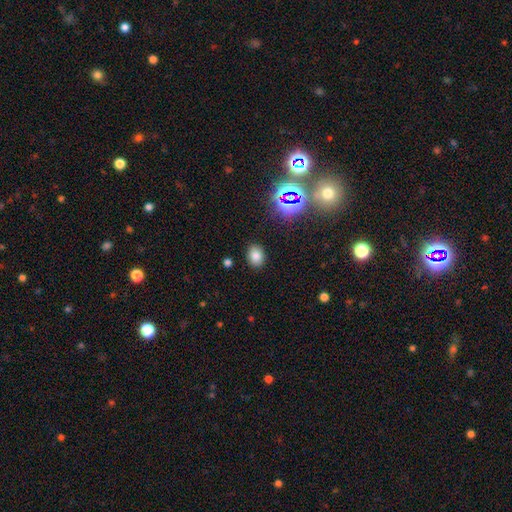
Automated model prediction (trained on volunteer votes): Smooth or featured? Predicted: smooth (p=0.78). How rounded? Predicted: in between (p=0.63). Merging? Predicted: none (p=0.86).